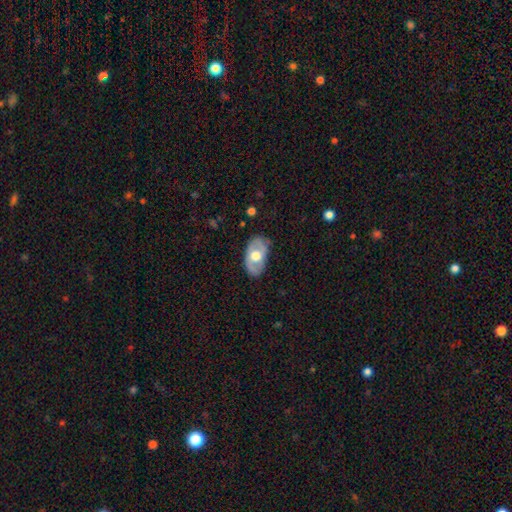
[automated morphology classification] A featured or disk galaxy (52%). Merging: none (76%).